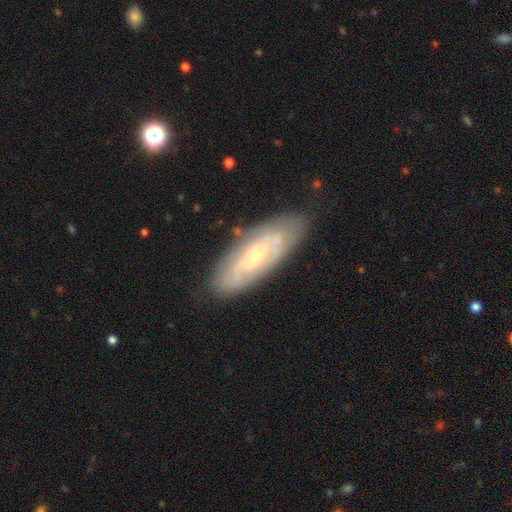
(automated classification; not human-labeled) A featured or disk galaxy (68%) with no bar (71%), spiral arms (78%) and a small central bulge (76%). Merging: none (78%).